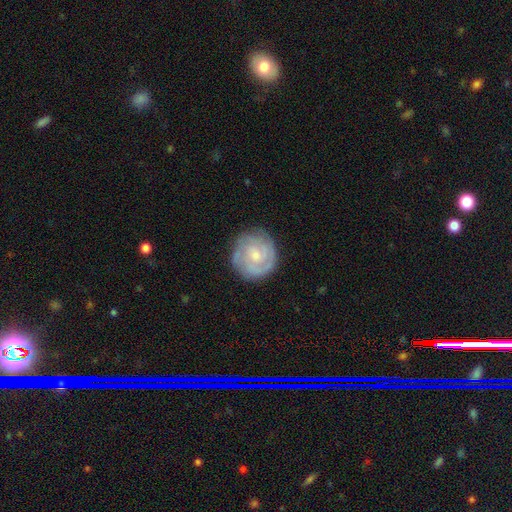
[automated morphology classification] Smooth or featured?
  - featured or disk: 72% *
  - smooth: 23%
  - star or artifact: 5%
Edge-on disk?
  - no: 98% *
  - yes: 2%
Bar?
  - no: 68% *
  - weak: 28%
  - strong: 4%
Spiral arms?
  - yes: 90% *
  - no: 10%
Spiral winding?
  - tight: 69% *
  - medium: 25%
  - loose: 6%
Spiral arm count?
  - can't tell: 33% *
  - 2: 29%
  - 3: 22%
  - 4: 6%
  - 1: 6%
  - more than 4: 4%
Bulge size?
  - small: 57% *
  - moderate: 36%
  - none: 4%
  - large: 2%
  - dominant: 1%
Merging?
  - none: 80% *
  - minor disturbance: 14%
  - major disturbance: 4%
  - merger: 1%